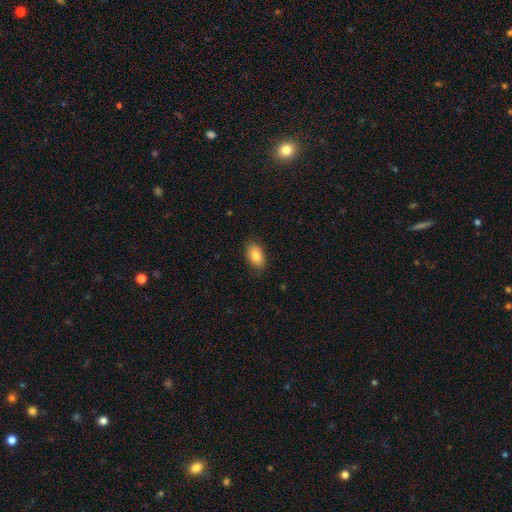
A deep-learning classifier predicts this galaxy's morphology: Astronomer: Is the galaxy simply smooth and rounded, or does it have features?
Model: smooth — 85%.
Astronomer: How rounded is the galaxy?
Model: in between — 91%.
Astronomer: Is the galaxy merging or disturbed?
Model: none — 87%.